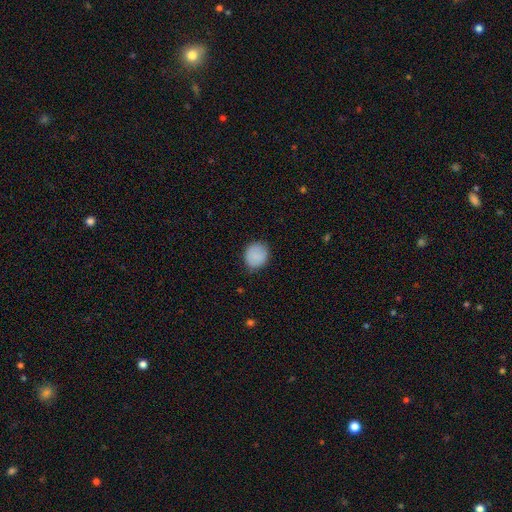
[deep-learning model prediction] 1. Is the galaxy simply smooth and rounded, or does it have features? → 87% smooth, 7% star or artifact, 5% featured or disk.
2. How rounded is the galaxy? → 77% round, 22% in between, 1% cigar-shaped.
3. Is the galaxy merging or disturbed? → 82% none, 14% minor disturbance, 3% major disturbance, 1% merger.